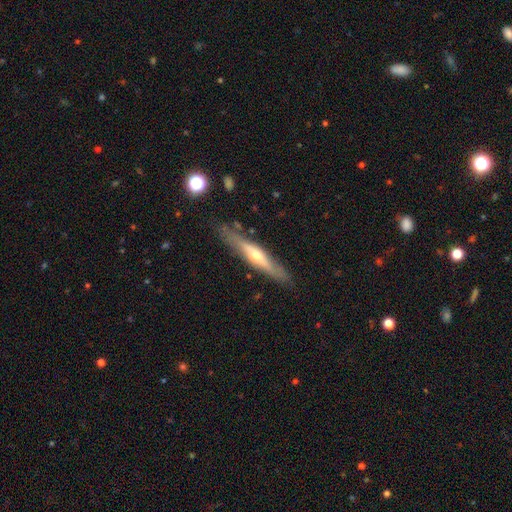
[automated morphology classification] A featured or disk galaxy (63%) viewed edge-on (88%) with a rounded central bulge (84%). Merging: none (82%).